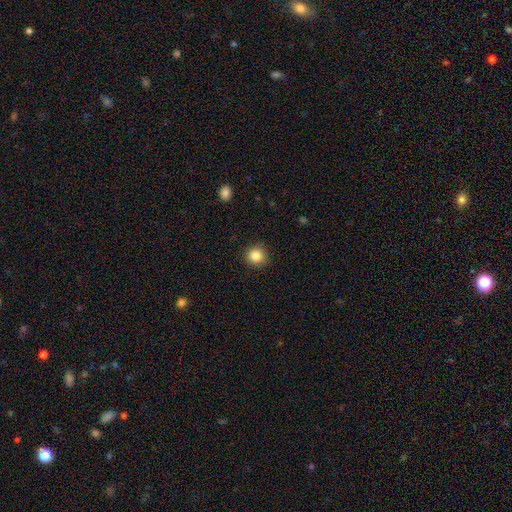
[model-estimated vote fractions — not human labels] smooth-or-featured: smooth: 86% | star or artifact: 10% | featured or disk: 4%
  how-rounded: round: 92% | in between: 7% | cigar-shaped: 1%
  merging: none: 89% | minor disturbance: 8% | major disturbance: 2% | merger: 1%